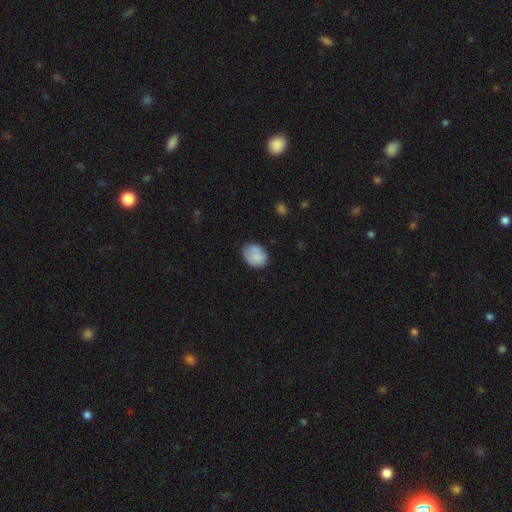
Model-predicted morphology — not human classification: Smooth or featured?
  - smooth: 82% *
  - featured or disk: 10%
  - star or artifact: 8%
How rounded?
  - in between: 58% *
  - round: 41%
  - cigar-shaped: 1%
Merging?
  - none: 64% *
  - minor disturbance: 26%
  - major disturbance: 7%
  - merger: 3%